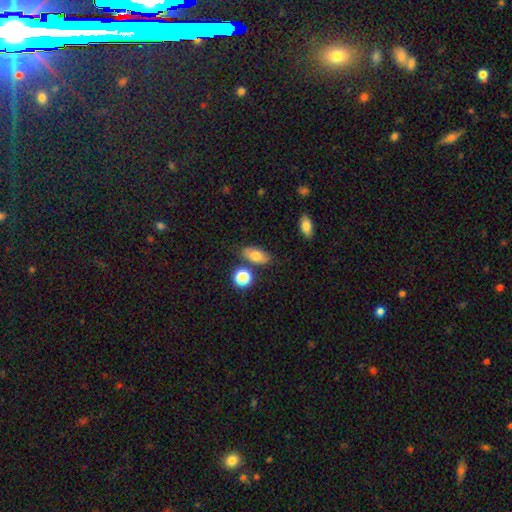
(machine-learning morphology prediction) This appears to be a smooth galaxy with no disk features (71%) that is in between round and cigar-shaped (83%). Merging: none (74%).